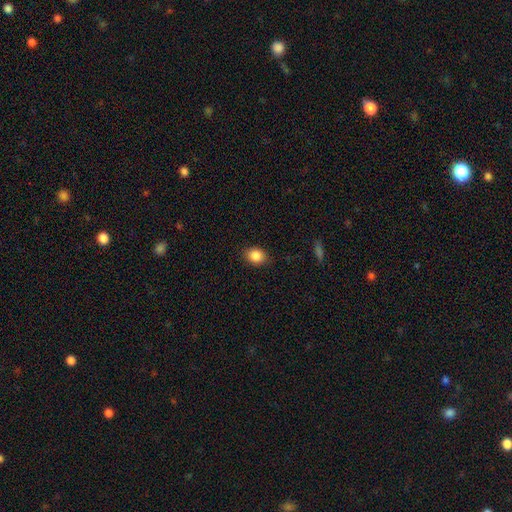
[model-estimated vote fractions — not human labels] This is clearly a smooth galaxy (87%). How rounded: possibly in between (54%). Merging: clearly none (85%).